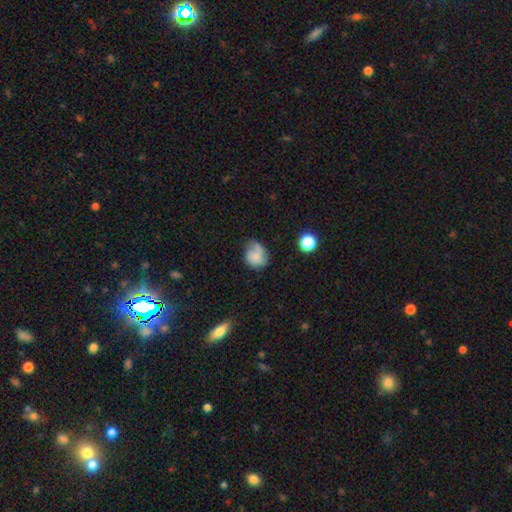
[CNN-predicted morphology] type=smooth (57%); roundness=round (62%); merging=none (44%).